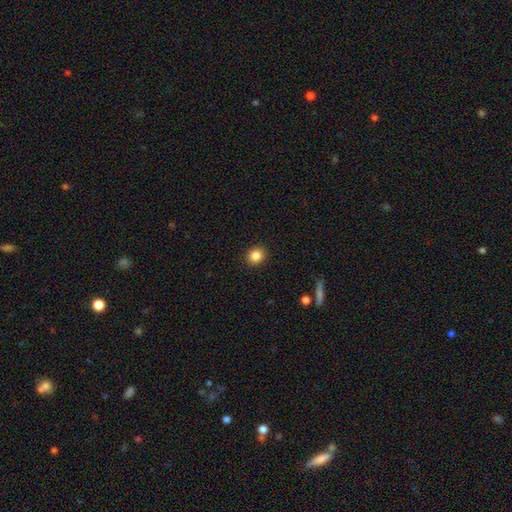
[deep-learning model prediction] Smooth or featured: smooth — 85% (star or artifact — 10%)
How rounded: round — 77% (in between — 22%)
Merging: none — 91% (minor disturbance — 6%)